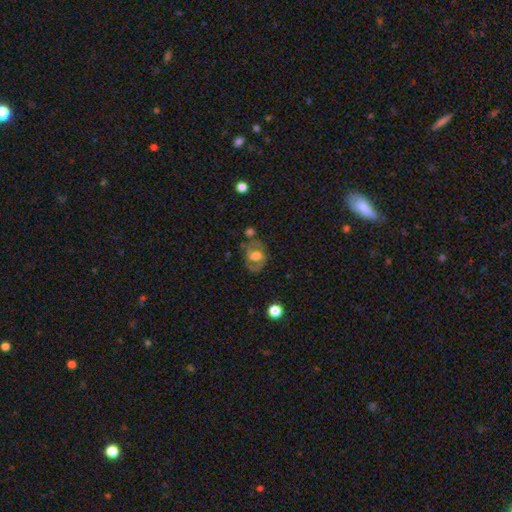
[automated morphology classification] The model was most divided on "spiral arms": yes: 51%, no: 49%. Remaining: edge-on disk — no (95%); merging — none (62%); bar — no (56%); smooth or featured — featured or disk (55%); bulge size — moderate (49%).